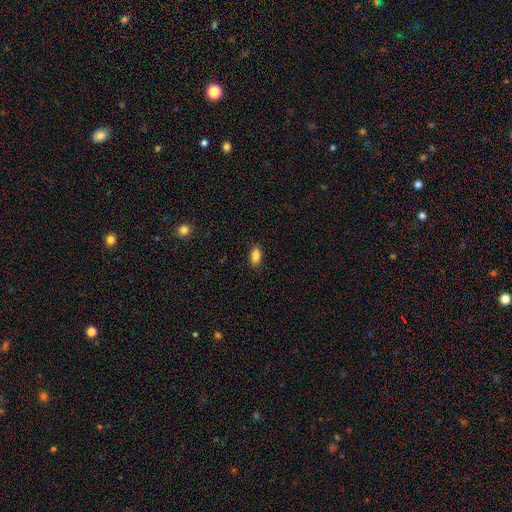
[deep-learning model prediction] A smooth galaxy with no disk features (87%) that is in between round and cigar-shaped (90%).

Vote fractions:
- Smooth or featured? smooth: 87% / star or artifact: 8% / featured or disk: 5%
- How rounded? in between: 90% / cigar-shaped: 6% / round: 5%
- Merging? none: 88% / minor disturbance: 9% / major disturbance: 2% / merger: 1%